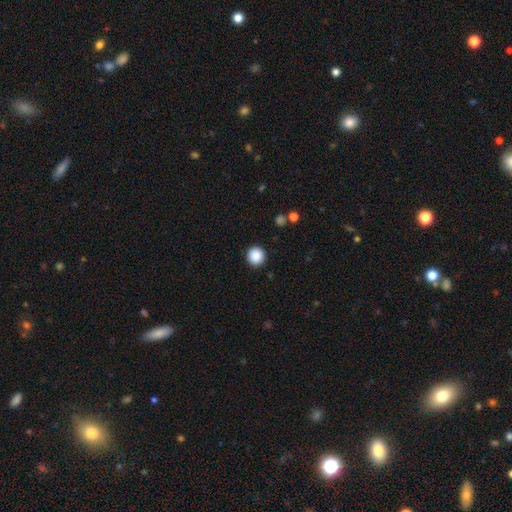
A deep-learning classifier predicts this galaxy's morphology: smooth 88%, star or artifact 9%, featured or disk 3%. Down the decision tree: how rounded — round (95%); merging — none (92%).